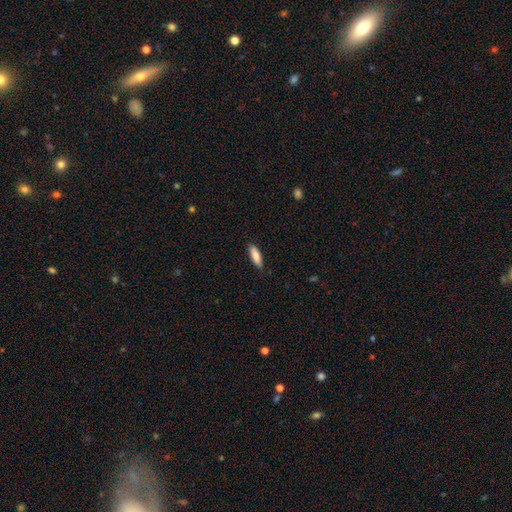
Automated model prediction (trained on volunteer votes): A smooth galaxy with no disk features (84%) that is in between round and cigar-shaped (51%).

Vote fractions:
- Smooth or featured? smooth: 84% / featured or disk: 10% / star or artifact: 6%
- How rounded? in between: 51% / cigar-shaped: 47% / round: 2%
- Merging? none: 87% / minor disturbance: 10% / major disturbance: 2% / merger: 1%